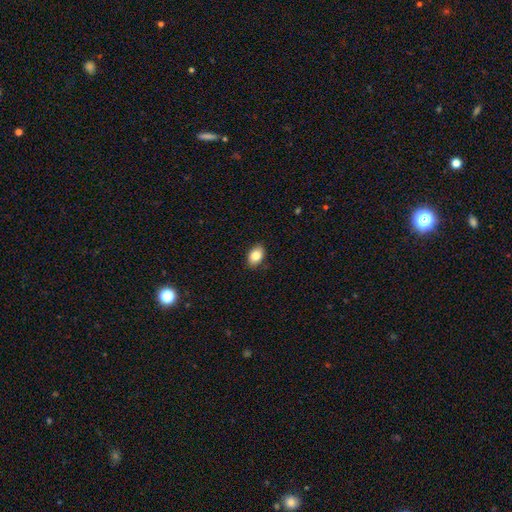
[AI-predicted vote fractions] smooth_or_featured: smooth (p=0.84) [alt: featured or disk p=0.08]
how_rounded: in between (p=0.84) [alt: round p=0.14]
merging: none (p=0.88) [alt: minor disturbance p=0.10]